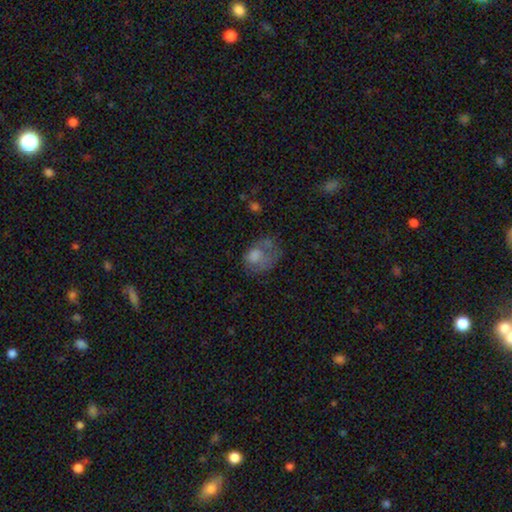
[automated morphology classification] smooth_or_featured: smooth (p=0.57) [alt: featured or disk p=0.30]
how_rounded: in between (p=0.62) [alt: round p=0.36]
merging: major disturbance (p=0.37) [alt: none p=0.30]